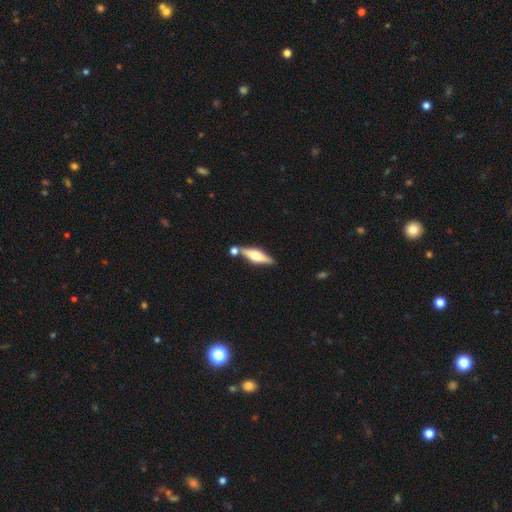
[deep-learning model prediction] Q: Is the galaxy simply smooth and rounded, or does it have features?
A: featured or disk — 62%.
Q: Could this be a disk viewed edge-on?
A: yes — 95%.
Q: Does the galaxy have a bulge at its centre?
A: rounded — 88%.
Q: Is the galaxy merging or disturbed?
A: none — 73%.